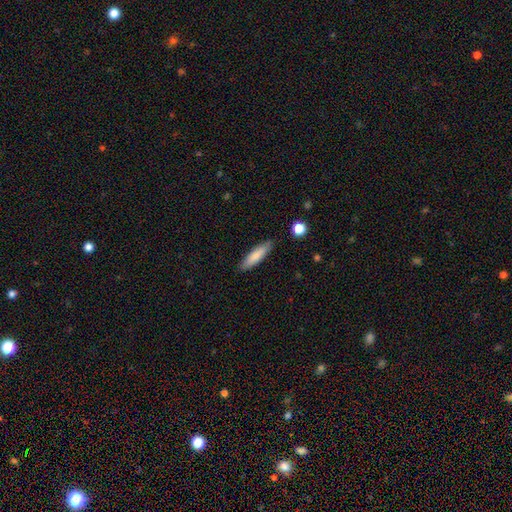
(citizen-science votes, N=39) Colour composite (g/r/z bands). It shows a smooth galaxy with no disk features (87%) that is cigar-shaped (76%). Merging: none (81%).